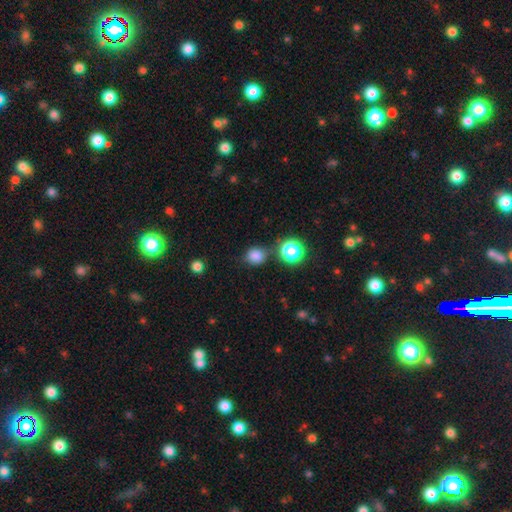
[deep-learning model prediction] This appears to be a smooth galaxy with no disk features (80%) that is round (75%). Merging: none (73%).